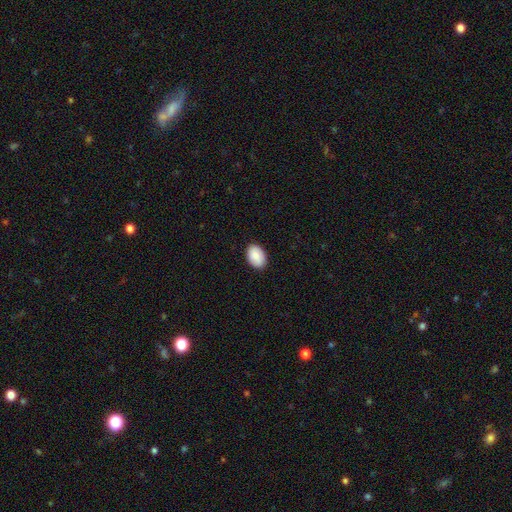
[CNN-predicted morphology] This appears to be a smooth galaxy with no disk features (88%) that is in between round and cigar-shaped (87%). Merging: none (89%).